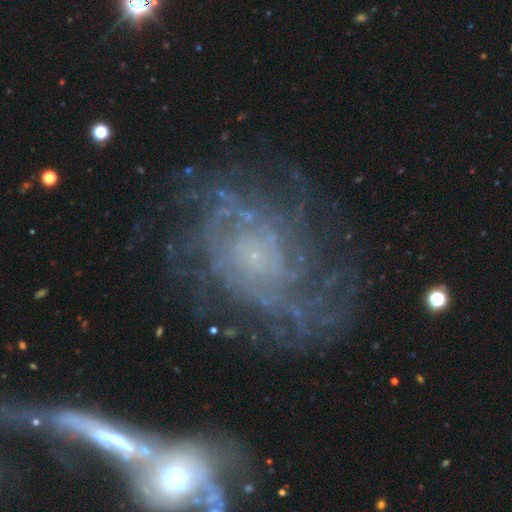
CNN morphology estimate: Smooth or featured? Predicted: featured or disk (p=0.85). Edge-on disk? Predicted: no (p=0.96). Bar? Predicted: no (p=0.76). Spiral arms? Predicted: yes (p=0.95). Spiral winding? Predicted: tight (p=0.64). Spiral arm count? Predicted: can't tell (p=0.37). Bulge size? Predicted: small (p=0.75). Merging? Predicted: none (p=0.59).